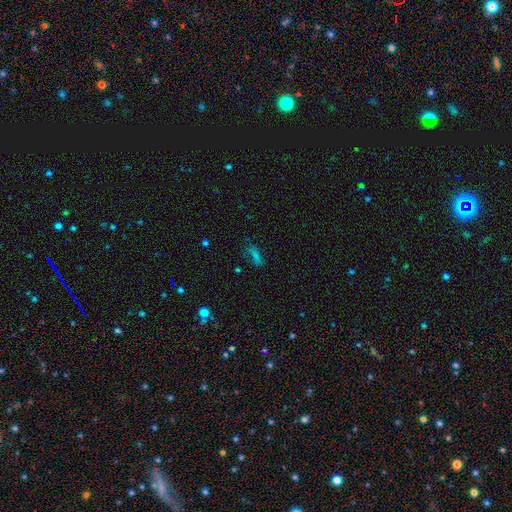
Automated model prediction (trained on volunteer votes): smooth 47%, star or artifact 31%, featured or disk 22%. Down the decision tree: merging — none (59%).